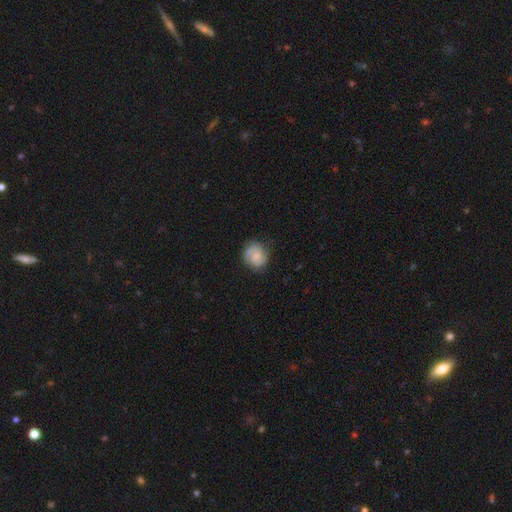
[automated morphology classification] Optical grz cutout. It shows a featured or disk galaxy (61%) with no bar (66%), 2 (70%) tight (49%) spiral arms (94%) and a small central bulge (51%). Merging: none (77%).